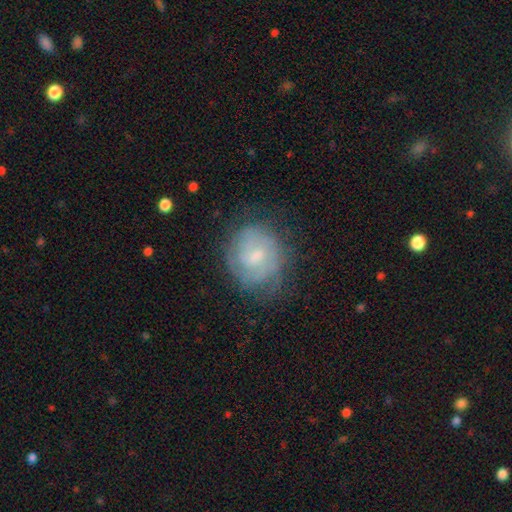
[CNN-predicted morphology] smooth_or_featured: featured or disk (p=0.57) [alt: smooth p=0.35]
disk_edge_on: no (p=0.97) [alt: yes p=0.03]
bar: weak (p=0.51) [alt: no p=0.40]
has_spiral_arms: yes (p=0.74) [alt: no p=0.26]
bulge_size: small (p=0.45) [alt: moderate p=0.40]
merging: none (p=0.65) [alt: minor disturbance p=0.23]